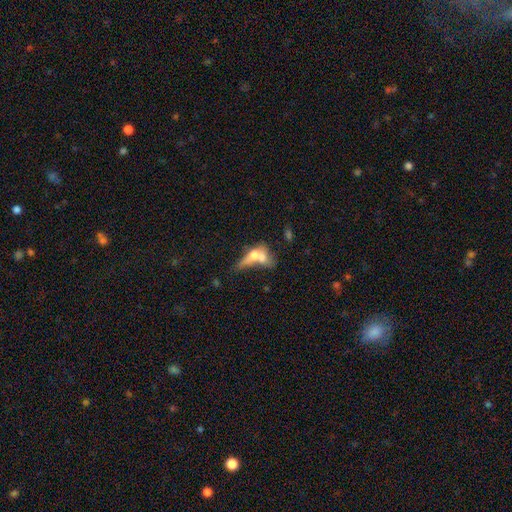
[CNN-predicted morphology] Q: Smooth or featured?
A: smooth (55%); runner-up: featured or disk (36%)
Q: How rounded?
A: in between (58%); runner-up: cigar-shaped (23%)
Q: Merging?
A: merger (62%); runner-up: none (16%)